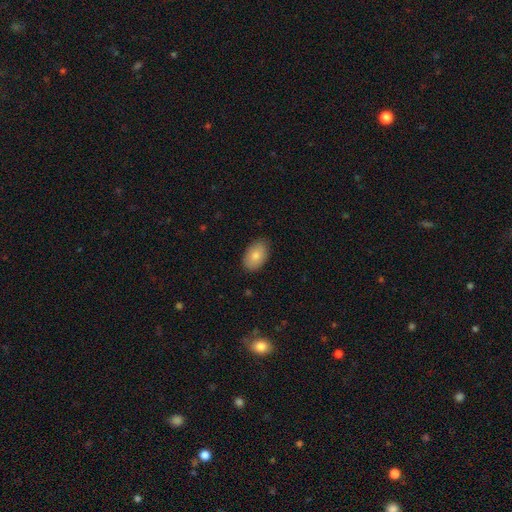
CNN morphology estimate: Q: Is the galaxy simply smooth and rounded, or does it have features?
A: smooth — 83%.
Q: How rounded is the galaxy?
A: in between — 90%.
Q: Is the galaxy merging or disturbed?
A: none — 85%.